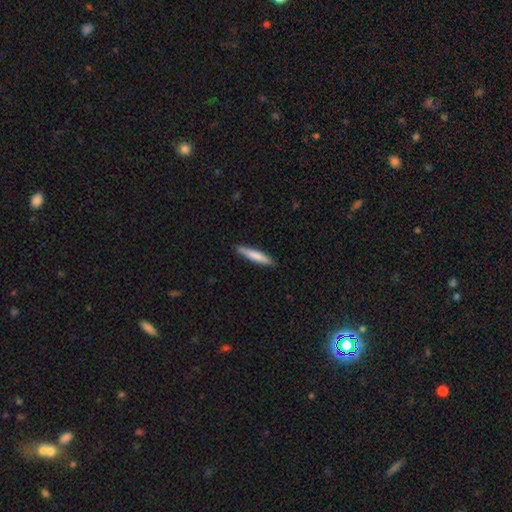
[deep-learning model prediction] Smooth or featured?
  - smooth: 76% *
  - featured or disk: 19%
  - star or artifact: 5%
How rounded?
  - cigar-shaped: 91% *
  - in between: 8%
  - round: 1%
Merging?
  - none: 88% *
  - minor disturbance: 10%
  - major disturbance: 2%
  - merger: 1%